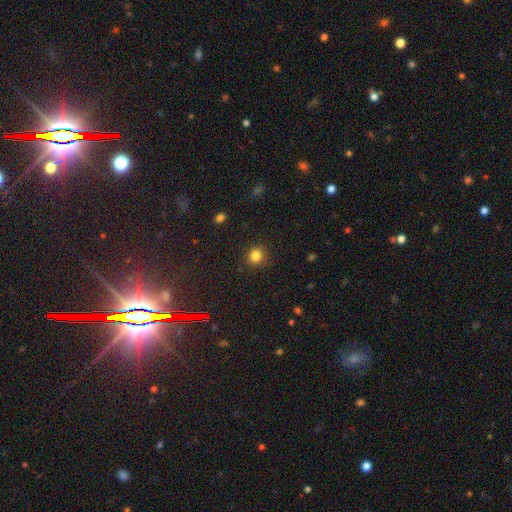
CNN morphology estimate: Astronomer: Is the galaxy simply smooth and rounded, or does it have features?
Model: smooth — 82%.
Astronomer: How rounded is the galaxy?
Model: round — 84%.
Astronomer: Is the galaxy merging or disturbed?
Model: none — 88%.